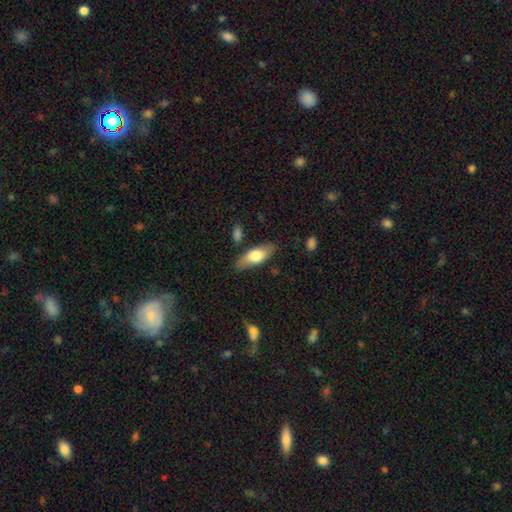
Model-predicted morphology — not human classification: smooth-or-featured: smooth: 67% | featured or disk: 27% | star or artifact: 6%
  how-rounded: in between: 73% | cigar-shaped: 24% | round: 3%
  merging: none: 81% | minor disturbance: 13% | major disturbance: 3% | merger: 3%